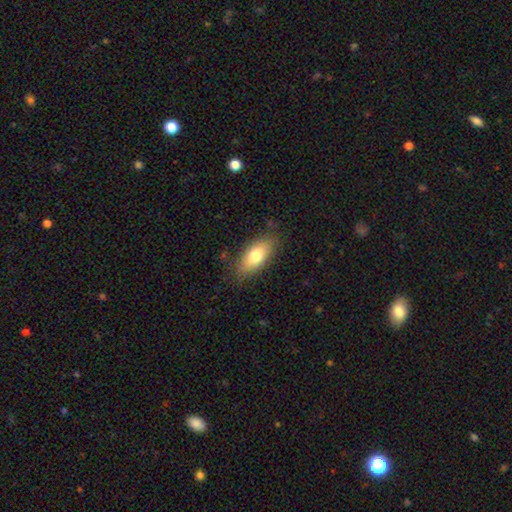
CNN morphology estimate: smooth_or_featured: smooth (p=0.74) [alt: featured or disk p=0.19]
how_rounded: in between (p=0.83) [alt: cigar-shaped p=0.13]
merging: none (p=0.83) [alt: minor disturbance p=0.13]